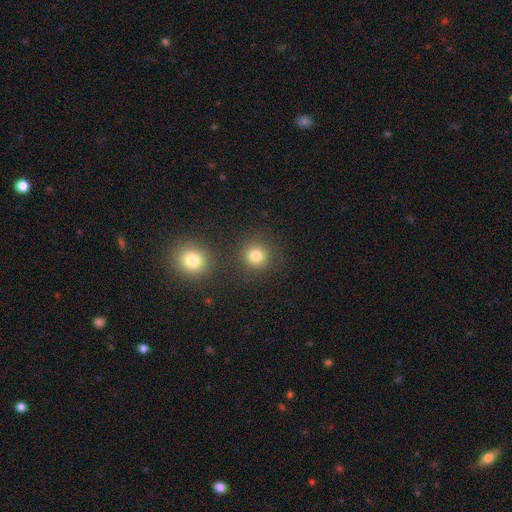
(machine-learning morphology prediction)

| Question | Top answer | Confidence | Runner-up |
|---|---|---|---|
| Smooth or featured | smooth | 79% | star or artifact (14%) |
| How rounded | round | 92% | in between (7%) |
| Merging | none | 82% | merger (8%) |